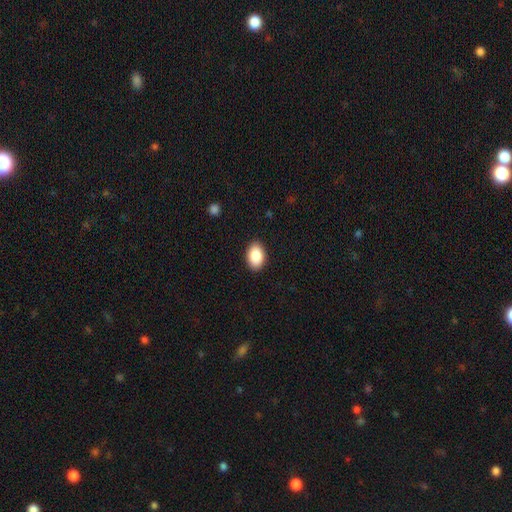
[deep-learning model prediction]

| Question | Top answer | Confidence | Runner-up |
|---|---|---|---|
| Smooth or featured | smooth | 88% | star or artifact (7%) |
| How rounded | in between | 89% | round (10%) |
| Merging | none | 89% | minor disturbance (8%) |